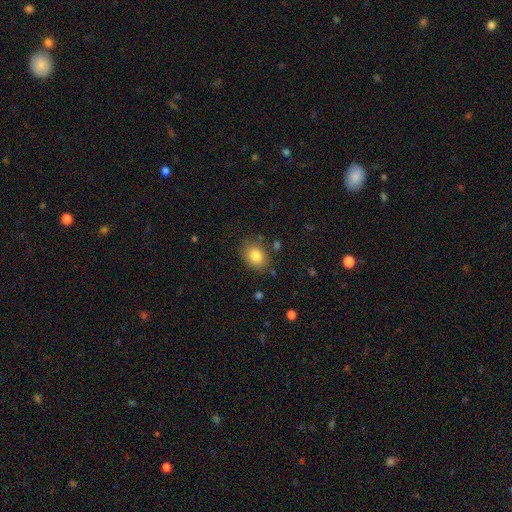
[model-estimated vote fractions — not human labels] Overall: smooth (82%). How rounded: in between (50%; round 49%). Merging: none (82%).